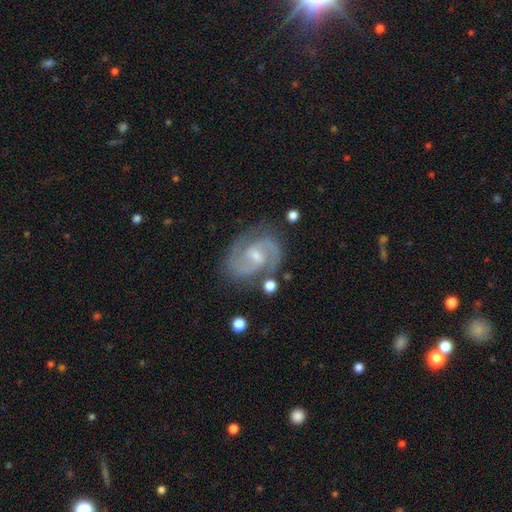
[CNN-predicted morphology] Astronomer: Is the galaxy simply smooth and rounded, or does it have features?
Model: featured or disk — 90%.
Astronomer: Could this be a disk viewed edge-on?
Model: no — 98%.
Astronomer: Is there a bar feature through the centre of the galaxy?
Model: weak — 52% (runner-up: no, 35%).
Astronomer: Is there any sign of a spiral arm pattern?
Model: yes — 98%.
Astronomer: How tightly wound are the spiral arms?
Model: medium — 57%.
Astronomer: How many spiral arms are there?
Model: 2 — 90%.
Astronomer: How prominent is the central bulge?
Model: small — 62%.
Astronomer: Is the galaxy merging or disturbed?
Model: none — 76%.